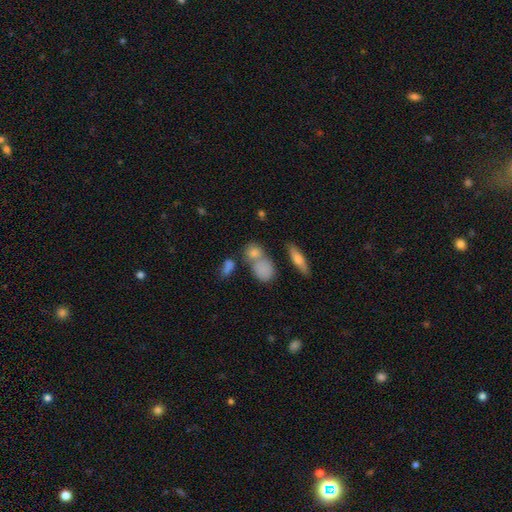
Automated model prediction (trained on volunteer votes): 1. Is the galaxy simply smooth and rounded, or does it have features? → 74% smooth, 14% featured or disk, 12% star or artifact.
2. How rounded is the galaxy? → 51% round, 44% in between, 5% cigar-shaped.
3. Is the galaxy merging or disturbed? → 50% none, 33% merger, 12% minor disturbance, 5% major disturbance.